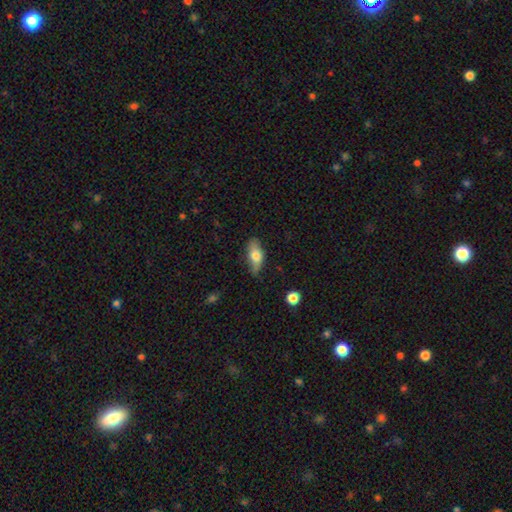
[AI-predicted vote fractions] Overall: smooth (71%). How rounded: in between (82%). Merging: none (68%).